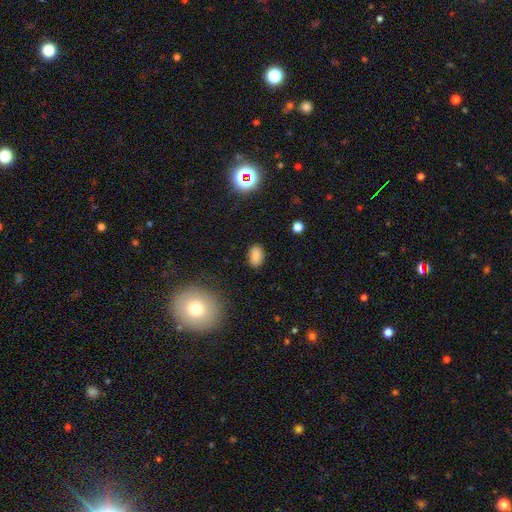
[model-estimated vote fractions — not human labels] Morphology: type=smooth (81%); roundness=in between (86%); merging=none (85%).